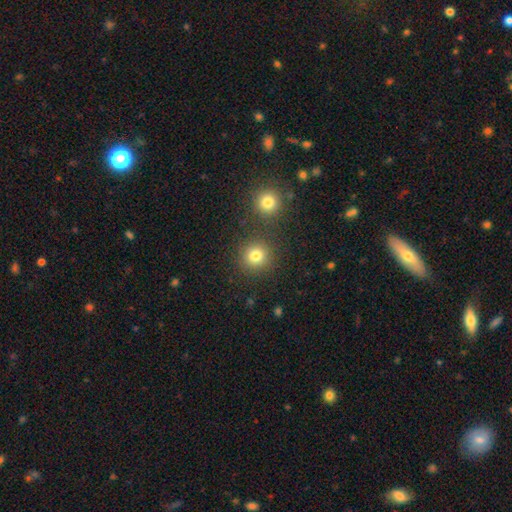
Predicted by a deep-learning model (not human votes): A smooth galaxy with no disk features (81%) that is round (92%). Merging: none (82%).